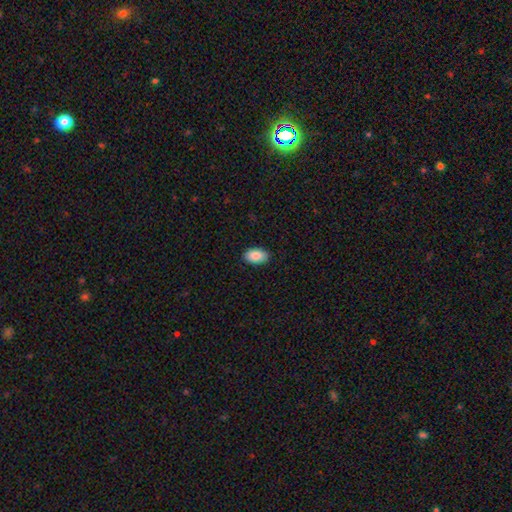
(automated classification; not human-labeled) Smooth or featured? smooth (88%)
How rounded? in between (94%)
Merging? none (89%)